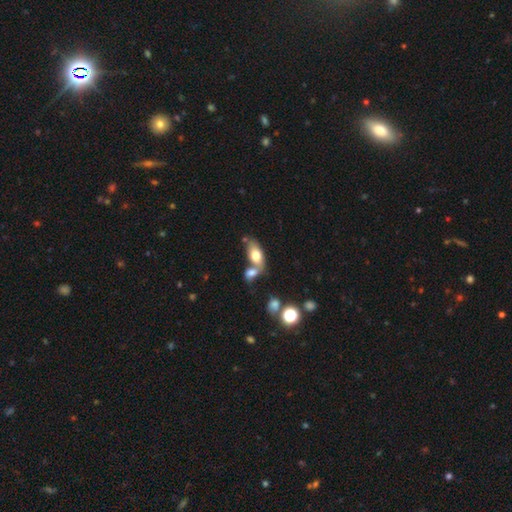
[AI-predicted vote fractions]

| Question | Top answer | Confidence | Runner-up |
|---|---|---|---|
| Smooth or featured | smooth | 73% | featured or disk (19%) |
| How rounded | in between | 87% | round (7%) |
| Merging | merger | 48% | none (36%) |